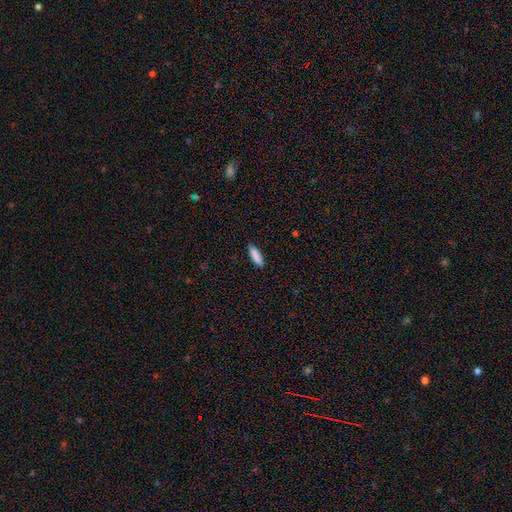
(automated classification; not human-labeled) smooth-or-featured: smooth: 88% | star or artifact: 6% | featured or disk: 6%
  how-rounded: cigar-shaped: 63% | in between: 35% | round: 2%
  merging: none: 89% | minor disturbance: 9% | major disturbance: 2% | merger: 1%